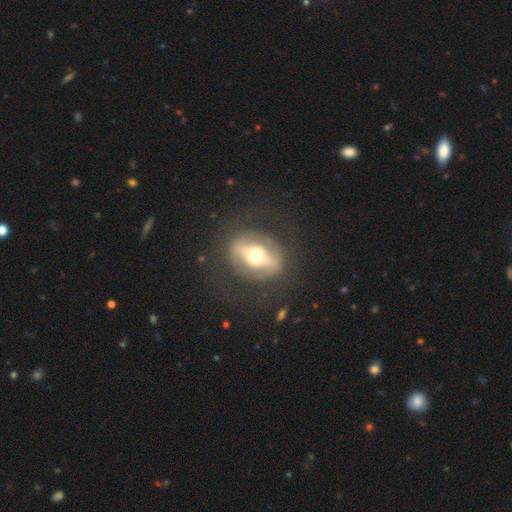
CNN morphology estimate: Smooth or featured? Predicted: featured or disk (p=0.65). Edge-on disk? Predicted: no (p=0.79). Bar? Predicted: strong (p=0.64). Spiral arms? Predicted: no (p=0.79). Bulge size? Predicted: moderate (p=0.65). Merging? Predicted: none (p=0.77).